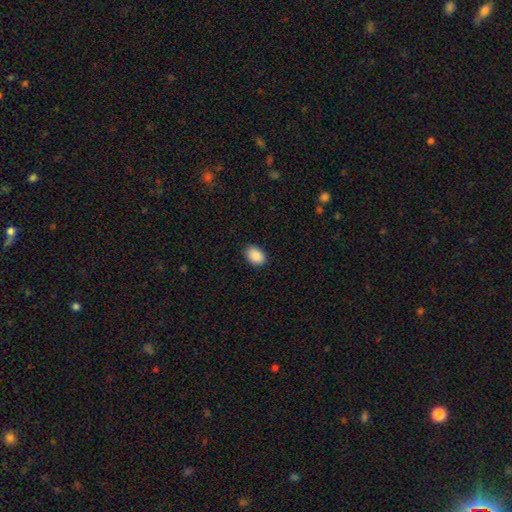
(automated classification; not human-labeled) Morphology: type=smooth (90%); roundness=in between (77%); merging=none (89%).